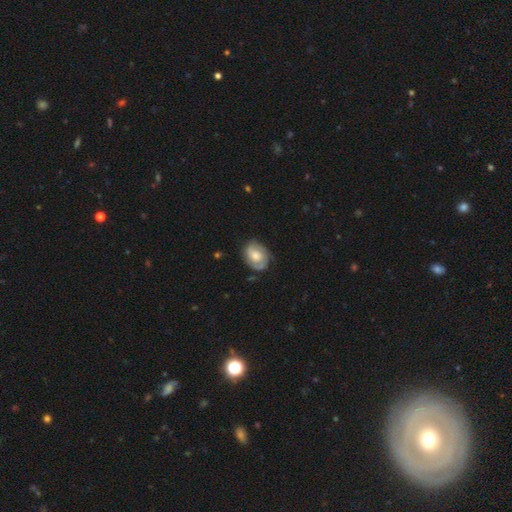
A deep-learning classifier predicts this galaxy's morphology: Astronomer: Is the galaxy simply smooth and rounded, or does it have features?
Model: featured or disk — 64%.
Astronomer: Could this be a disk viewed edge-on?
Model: no — 97%.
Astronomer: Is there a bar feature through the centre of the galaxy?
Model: no — 68%.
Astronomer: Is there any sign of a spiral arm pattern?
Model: yes — 87%.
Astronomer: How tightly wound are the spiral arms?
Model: tight — 55% (runner-up: medium, 34%).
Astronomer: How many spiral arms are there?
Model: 2 — 67%.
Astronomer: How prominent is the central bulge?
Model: moderate — 57%.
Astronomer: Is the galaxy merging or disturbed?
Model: none — 72%.